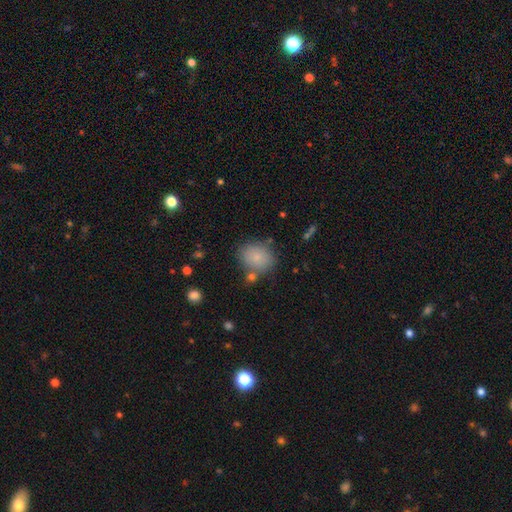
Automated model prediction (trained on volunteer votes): Overall: smooth (82%). How rounded: round (58%; in between 41%). Merging: none (77%).